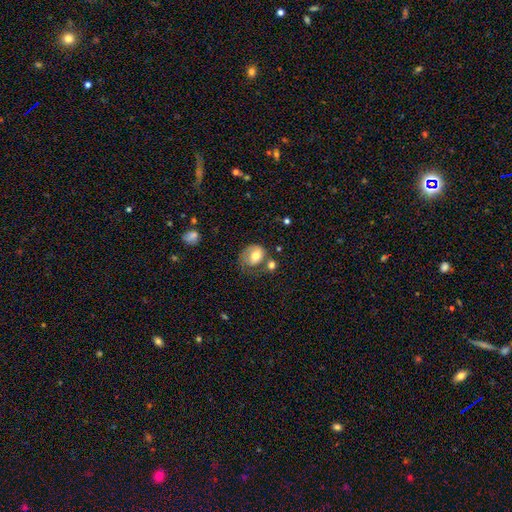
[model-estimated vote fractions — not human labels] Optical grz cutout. It shows a smooth galaxy with no disk features (64%) that is in between round and cigar-shaped (51%). Merging: none (41%).